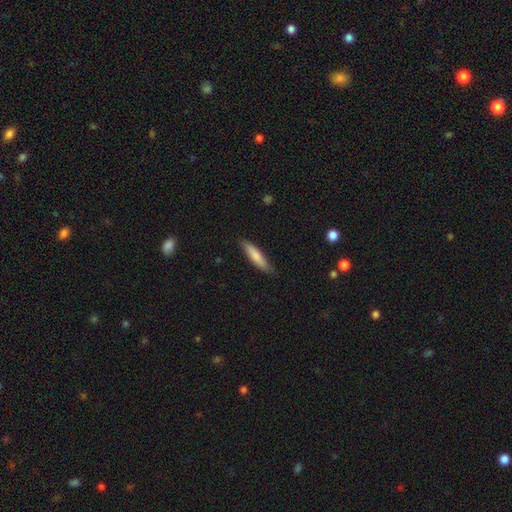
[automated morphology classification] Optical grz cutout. It shows a smooth galaxy with no disk features (76%) that is cigar-shaped (81%). Merging: none (83%).